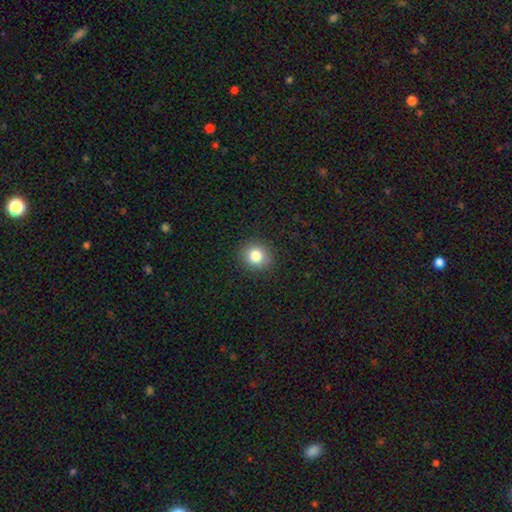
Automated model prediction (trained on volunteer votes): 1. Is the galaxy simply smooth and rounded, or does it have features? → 82% smooth, 11% star or artifact, 7% featured or disk.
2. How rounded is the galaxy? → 83% round, 16% in between, 1% cigar-shaped.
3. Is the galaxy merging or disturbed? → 90% none, 7% minor disturbance, 2% major disturbance, 1% merger.